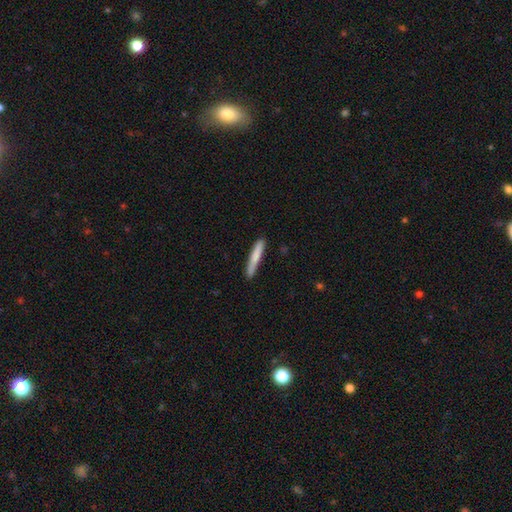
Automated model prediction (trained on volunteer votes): The model was most divided on "smooth or featured": smooth: 76%, featured or disk: 19%, star or artifact: 5%. More confident: how rounded — cigar-shaped (95%); merging — none (86%).